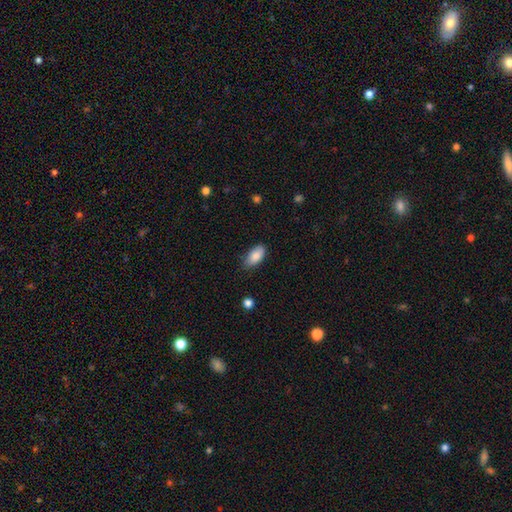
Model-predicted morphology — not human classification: smooth 86%, featured or disk 7%, star or artifact 7%. Down the decision tree: how rounded — in between (93%); merging — none (77%).